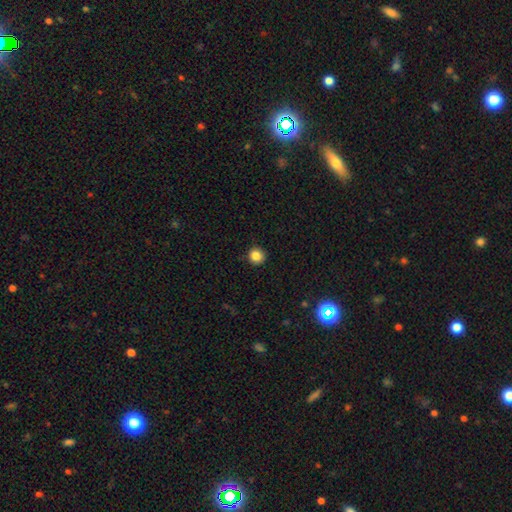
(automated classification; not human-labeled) This appears to be a smooth galaxy with no disk features (84%) that is round (95%). Merging: none (91%).